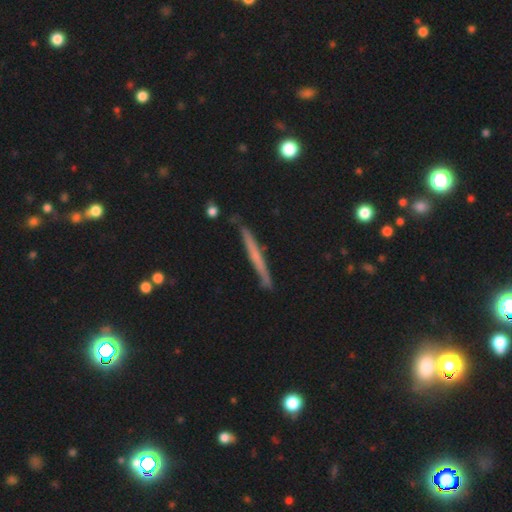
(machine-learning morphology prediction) A featured or disk galaxy (49%). Merging: none (87%).